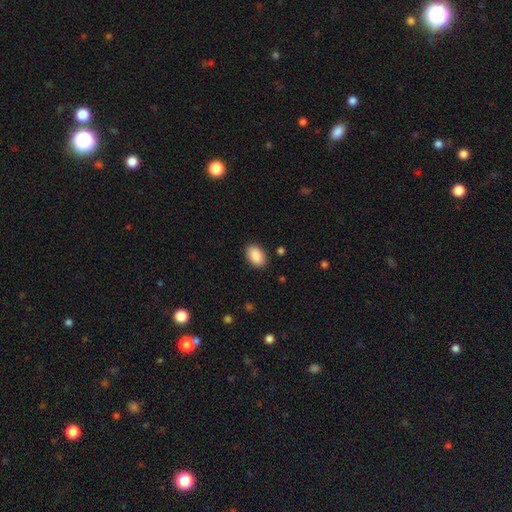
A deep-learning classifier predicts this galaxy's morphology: smooth_or_featured: smooth (p=0.90) [alt: star or artifact p=0.07]
how_rounded: in between (p=0.90) [alt: round p=0.08]
merging: none (p=0.88) [alt: minor disturbance p=0.09]